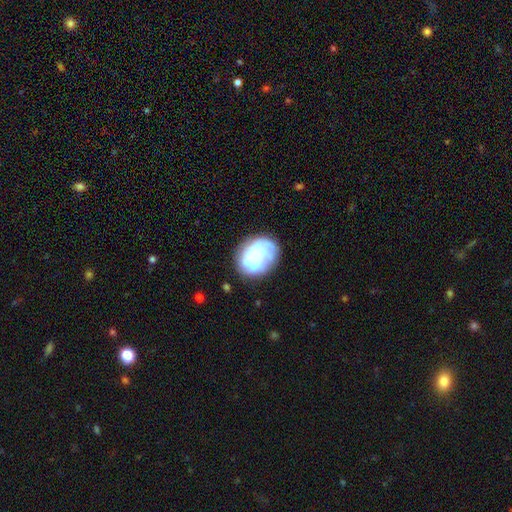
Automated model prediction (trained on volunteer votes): A featured or disk galaxy (59%) with no bar (82%), spiral arms (72%) and a moderate central bulge (48%). Merging: none (71%).